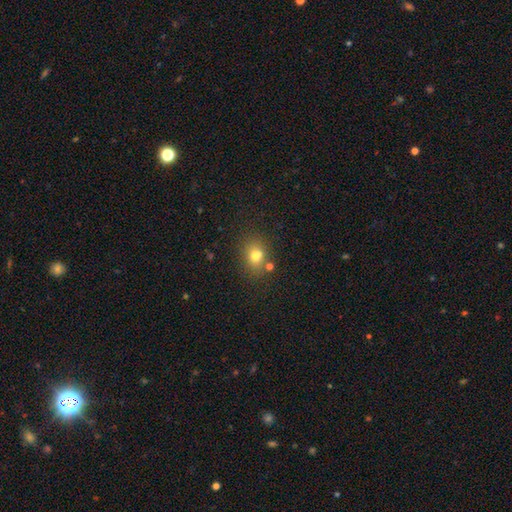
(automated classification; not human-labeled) smooth-or-featured: smooth: 74% | star or artifact: 14% | featured or disk: 12%
  how-rounded: round: 52% | in between: 47% | cigar-shaped: 1%
  merging: none: 66% | merger: 17% | minor disturbance: 13% | major disturbance: 4%